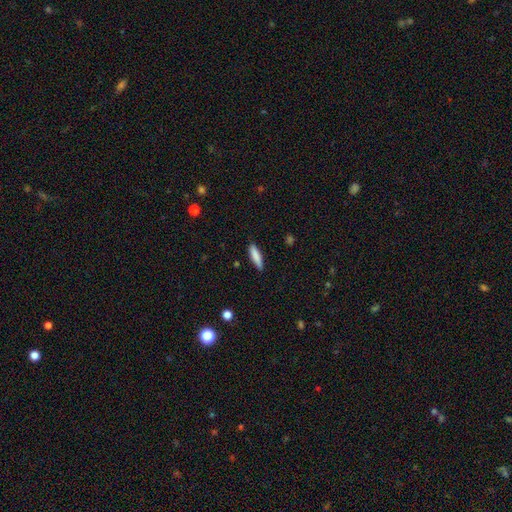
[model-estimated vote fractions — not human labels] The model was most divided on "how rounded": cigar-shaped: 74%, in between: 24%, round: 2%. More confident: merging — none (86%); smooth or featured — smooth (84%).